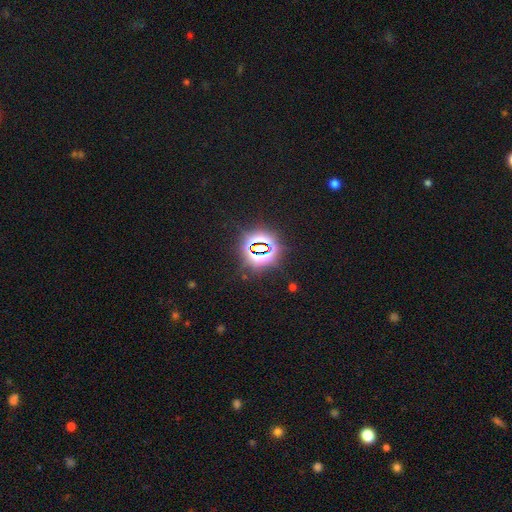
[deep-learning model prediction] Smooth or featured? star or artifact (80%)